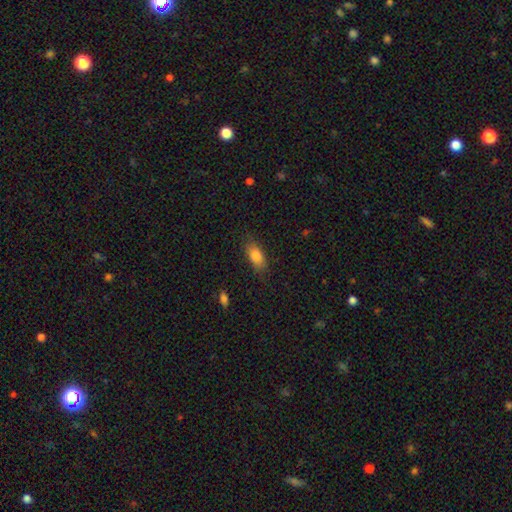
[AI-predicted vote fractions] Smooth or featured? Predicted: smooth (p=0.82). How rounded? Predicted: in between (p=0.84). Merging? Predicted: none (p=0.80).